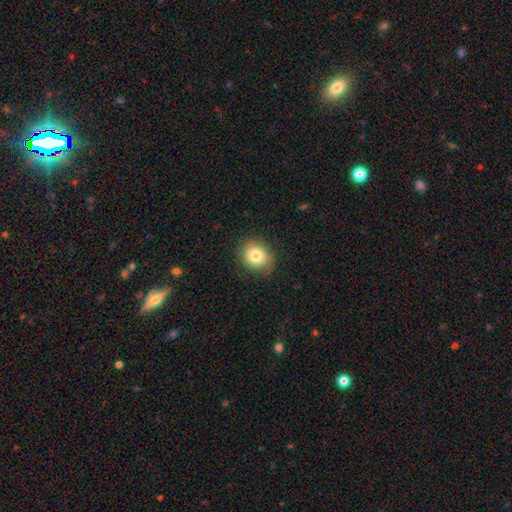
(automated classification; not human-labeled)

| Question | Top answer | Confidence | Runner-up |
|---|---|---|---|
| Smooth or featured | smooth | 80% | featured or disk (11%) |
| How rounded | round | 68% | in between (31%) |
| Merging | none | 81% | minor disturbance (14%) |